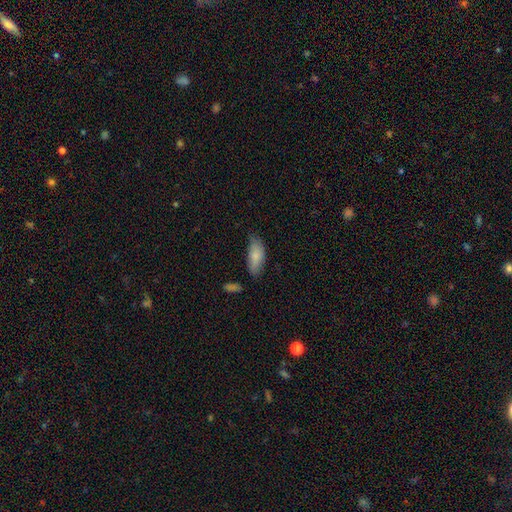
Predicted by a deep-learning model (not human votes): Q: Smooth or featured?
A: smooth (83%); runner-up: featured or disk (11%)
Q: How rounded?
A: in between (81%); runner-up: cigar-shaped (17%)
Q: Merging?
A: none (62%); runner-up: minor disturbance (28%)